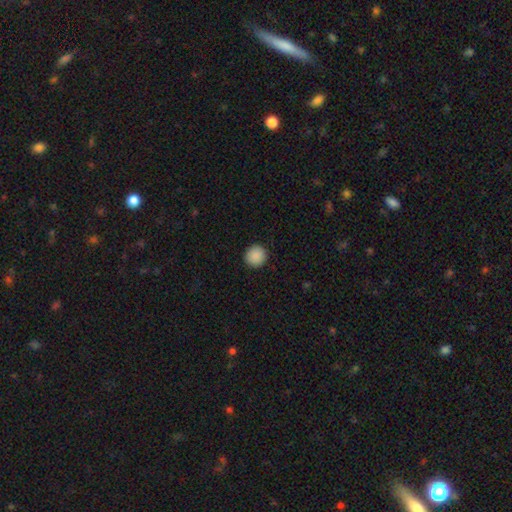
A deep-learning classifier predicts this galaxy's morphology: Smooth or featured: smooth — 90% (star or artifact — 8%)
How rounded: round — 94% (in between — 5%)
Merging: none — 92% (minor disturbance — 5%)